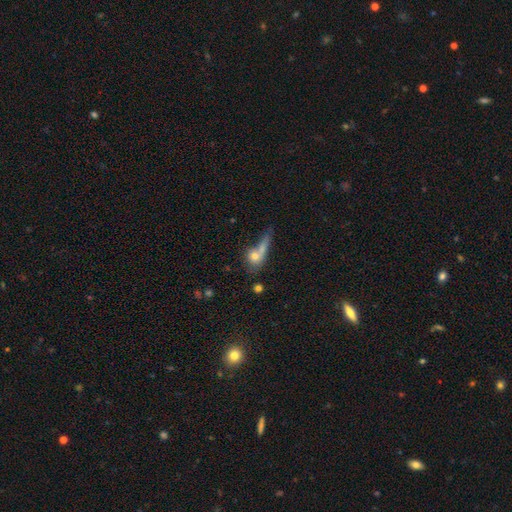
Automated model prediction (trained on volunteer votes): Smooth or featured? Predicted: smooth (p=0.64). How rounded? Predicted: round (p=0.45). Merging? Predicted: merger (p=0.34).